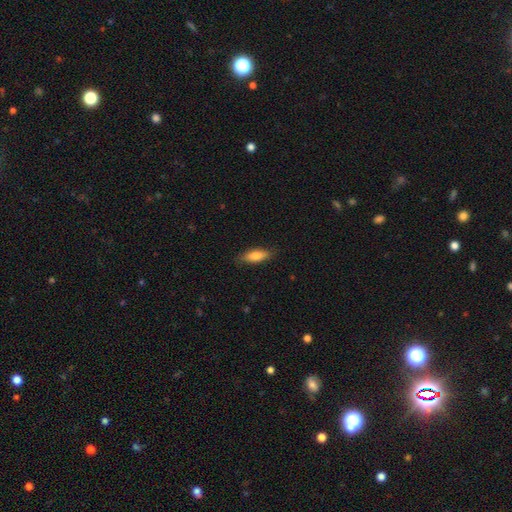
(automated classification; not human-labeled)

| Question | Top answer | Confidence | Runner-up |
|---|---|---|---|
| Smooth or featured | smooth | 79% | featured or disk (15%) |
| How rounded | in between | 65% | cigar-shaped (33%) |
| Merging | none | 85% | minor disturbance (12%) |